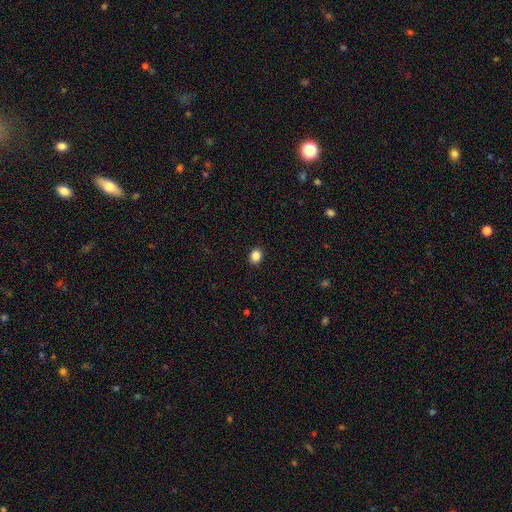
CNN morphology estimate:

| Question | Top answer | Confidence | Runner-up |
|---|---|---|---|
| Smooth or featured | smooth | 86% | star or artifact (10%) |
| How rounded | round | 59% | in between (40%) |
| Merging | none | 91% | minor disturbance (6%) |